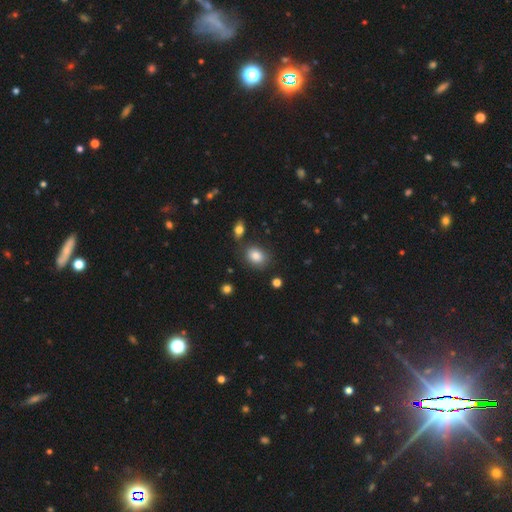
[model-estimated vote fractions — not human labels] smooth_or_featured: smooth (p=0.84) [alt: star or artifact p=0.09]
how_rounded: in between (p=0.64) [alt: round p=0.34]
merging: none (p=0.77) [alt: minor disturbance p=0.13]